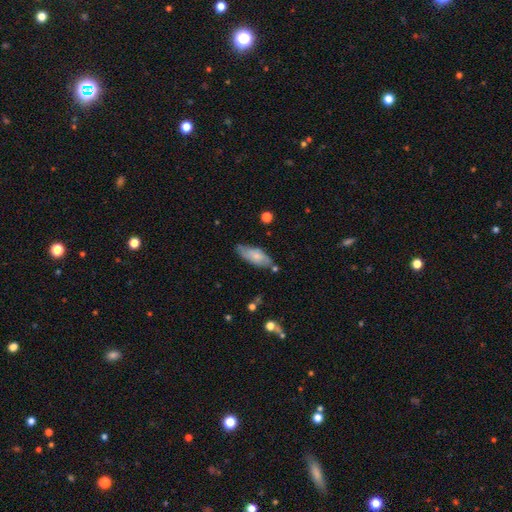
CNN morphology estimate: A smooth galaxy with no disk features (61%) that is in between round and cigar-shaped (77%). Merging: none (61%).